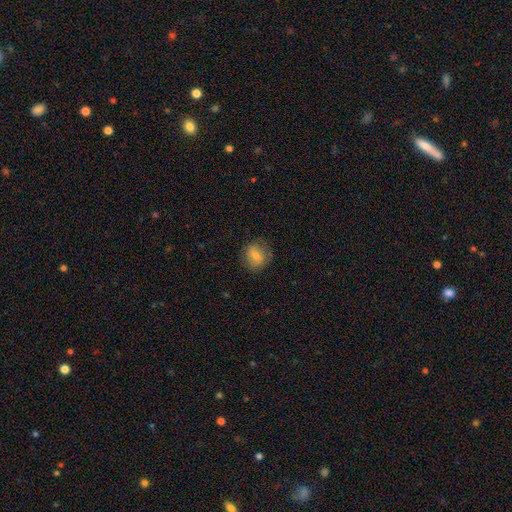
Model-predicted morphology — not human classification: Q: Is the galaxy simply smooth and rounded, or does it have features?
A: smooth — 71%.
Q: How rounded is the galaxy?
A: round — 70%.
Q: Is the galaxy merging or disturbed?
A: none — 79%.